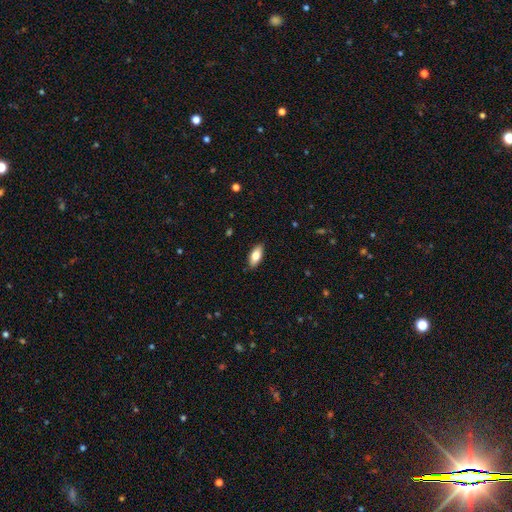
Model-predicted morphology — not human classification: smooth 79%, featured or disk 15%, star or artifact 6%. Down the decision tree: how rounded — in between (86%); merging — none (89%).